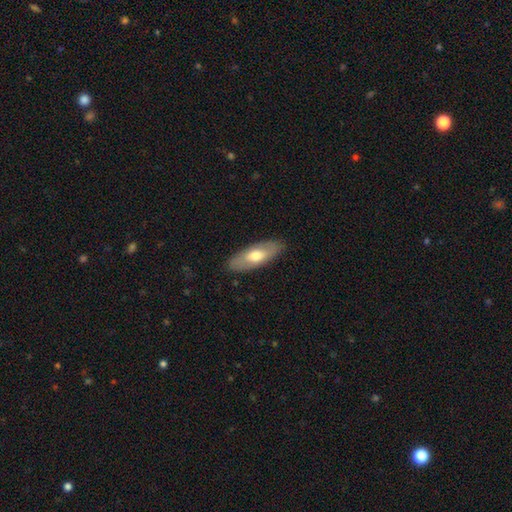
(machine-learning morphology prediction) A smooth galaxy with no disk features (58%) that is in between round and cigar-shaped (76%).

Vote fractions:
- Smooth or featured? smooth: 58% / featured or disk: 36% / star or artifact: 5%
- How rounded? in between: 76% / cigar-shaped: 21% / round: 3%
- Merging? none: 86% / minor disturbance: 10% / major disturbance: 3% / merger: 1%